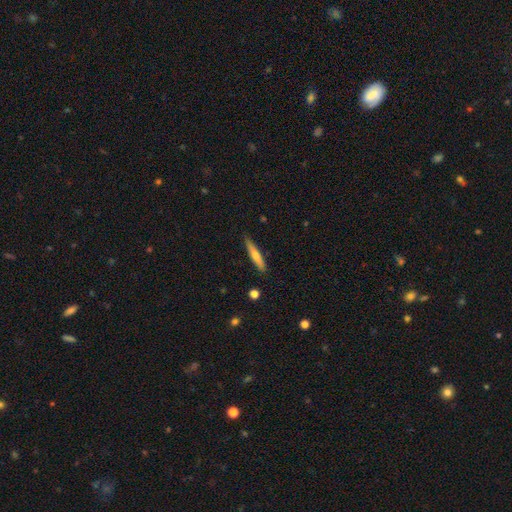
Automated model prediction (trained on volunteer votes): Smooth or featured?
  - smooth: 57% *
  - featured or disk: 37%
  - star or artifact: 6%
How rounded?
  - cigar-shaped: 91% *
  - in between: 8%
  - round: 2%
Merging?
  - none: 86% *
  - minor disturbance: 11%
  - major disturbance: 2%
  - merger: 1%